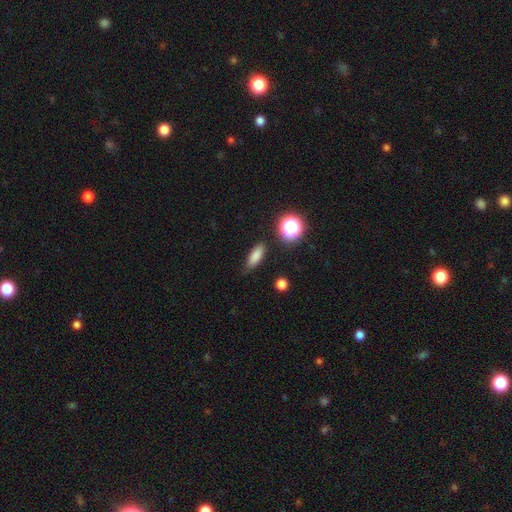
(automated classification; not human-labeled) Q: Smooth or featured?
A: smooth (81%); runner-up: star or artifact (12%)
Q: How rounded?
A: in between (63%); runner-up: cigar-shaped (30%)
Q: Merging?
A: none (77%); runner-up: minor disturbance (17%)